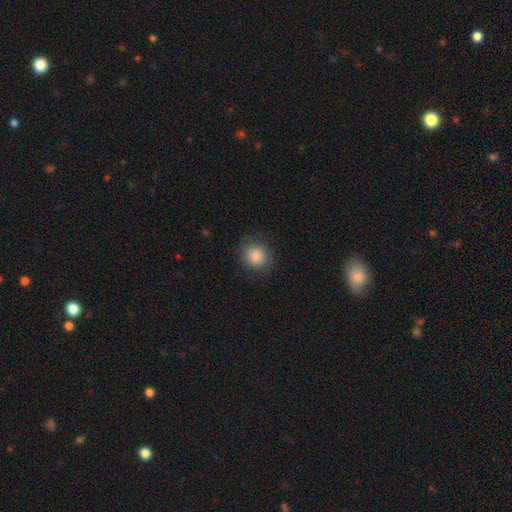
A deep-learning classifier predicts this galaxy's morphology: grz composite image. It shows a smooth galaxy with no disk features (82%) that is round (83%). Merging: none (81%).